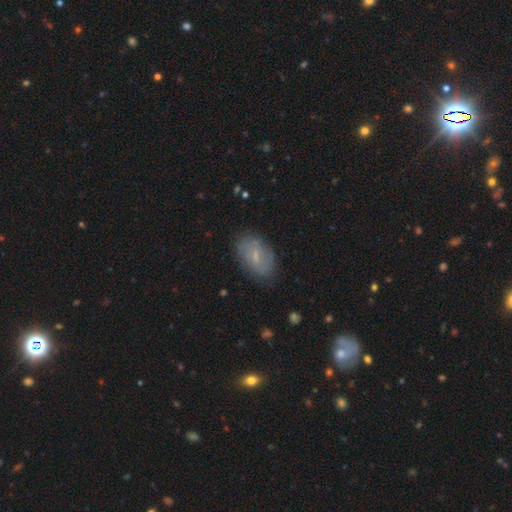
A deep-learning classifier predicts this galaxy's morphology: smooth-or-featured: featured or disk: 47% | smooth: 44% | star or artifact: 9%
  merging: none: 79% | minor disturbance: 15% | major disturbance: 4% | merger: 1%